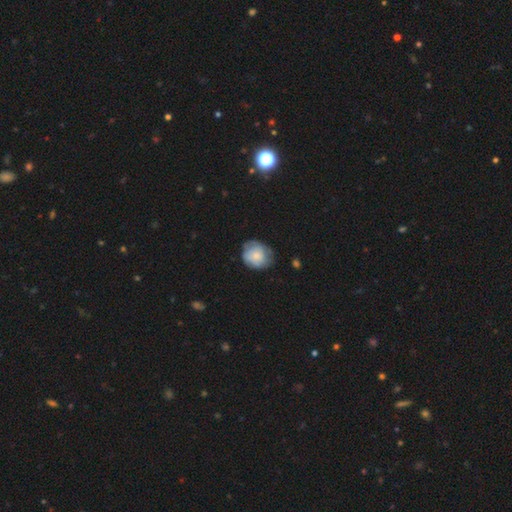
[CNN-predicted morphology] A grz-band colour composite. It shows a smooth galaxy with no disk features (66%) that is round (70%). Merging: none (63%).